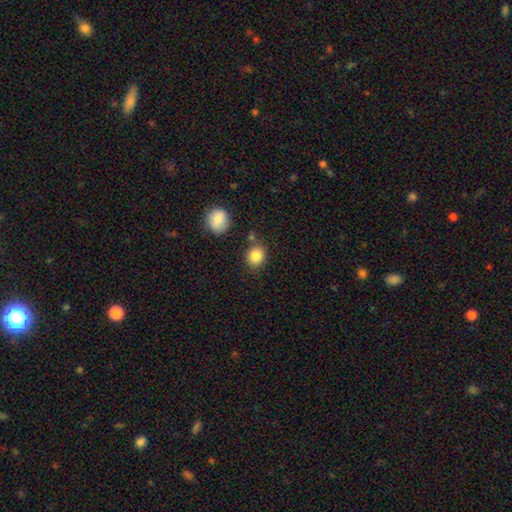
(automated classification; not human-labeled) Smooth or featured?
  - smooth: 85% *
  - star or artifact: 10%
  - featured or disk: 5%
How rounded?
  - round: 69% *
  - in between: 30%
  - cigar-shaped: 1%
Merging?
  - none: 78% *
  - minor disturbance: 12%
  - merger: 7%
  - major disturbance: 3%